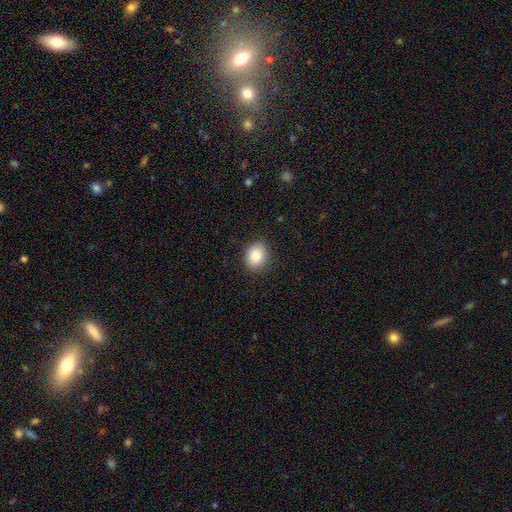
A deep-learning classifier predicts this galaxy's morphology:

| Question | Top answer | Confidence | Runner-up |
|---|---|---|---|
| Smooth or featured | smooth | 85% | star or artifact (9%) |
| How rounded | round | 50% | in between (49%) |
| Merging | none | 87% | minor disturbance (9%) |